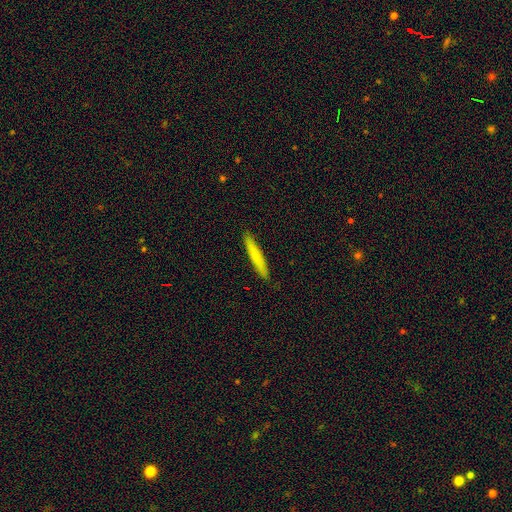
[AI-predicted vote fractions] smooth_or_featured: smooth (p=0.72) [alt: featured or disk p=0.22]
how_rounded: cigar-shaped (p=0.94) [alt: in between p=0.04]
merging: none (p=0.91) [alt: minor disturbance p=0.07]